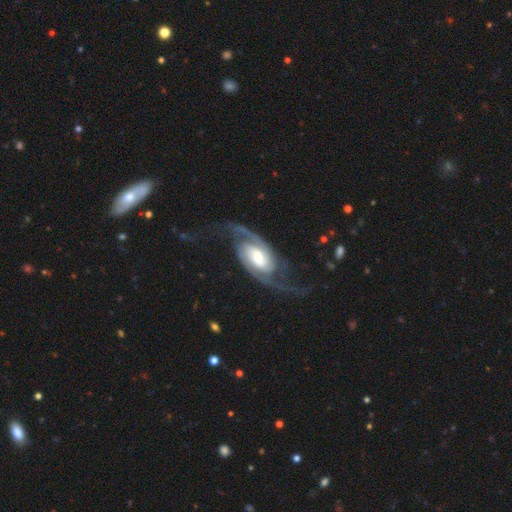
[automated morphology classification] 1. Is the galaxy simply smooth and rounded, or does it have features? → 91% featured or disk, 4% smooth, 4% star or artifact.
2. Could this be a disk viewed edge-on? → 96% no, 4% yes.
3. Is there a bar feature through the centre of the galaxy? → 42% weak, 34% no, 23% strong.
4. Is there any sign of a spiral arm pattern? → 98% yes, 2% no.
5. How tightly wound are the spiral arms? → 46% medium, 37% loose, 17% tight.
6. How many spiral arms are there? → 91% 2, 2% can't tell, 2% 3, 1% 1, 1% 4, 1% more than 4.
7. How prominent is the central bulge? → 51% moderate, 23% small, 21% large, 3% dominant, 3% none.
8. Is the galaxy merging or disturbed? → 70% none, 14% major disturbance, 14% minor disturbance, 2% merger.